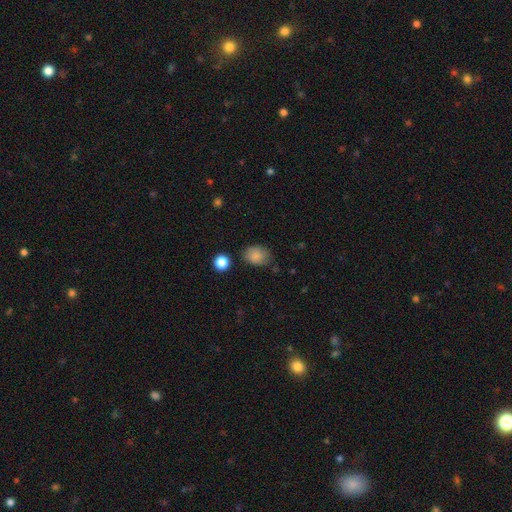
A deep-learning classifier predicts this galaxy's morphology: The model was most divided on "how rounded": in between: 61%, round: 38%, cigar-shaped: 1%. More confident: smooth or featured — smooth (85%); merging — none (71%).